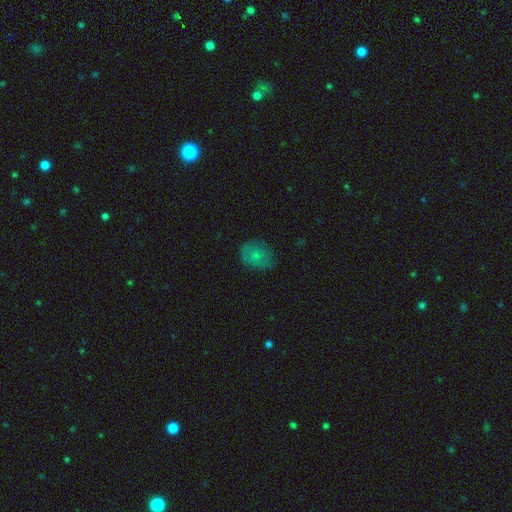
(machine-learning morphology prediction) Q: Smooth or featured?
A: smooth (69%); runner-up: featured or disk (20%)
Q: How rounded?
A: round (53%); runner-up: in between (46%)
Q: Merging?
A: none (69%); runner-up: minor disturbance (23%)